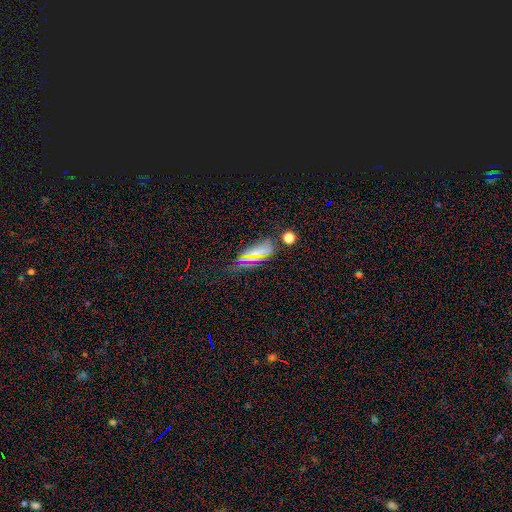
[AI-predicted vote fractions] Morphology: type=smooth (57%); roundness=in between (68%); merging=none (74%).